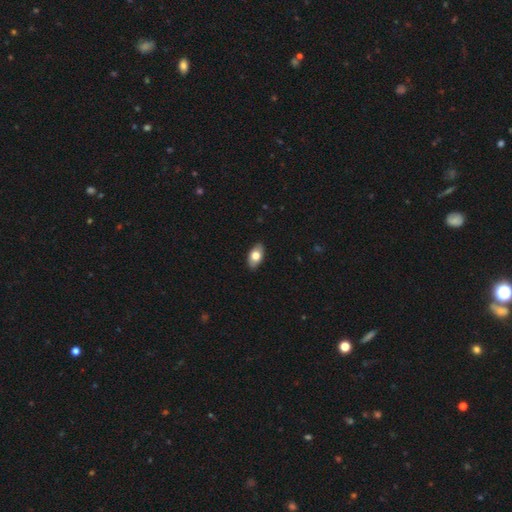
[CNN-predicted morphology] A smooth galaxy with no disk features (74%) that is in between round and cigar-shaped (92%).

Vote fractions:
- Smooth or featured? smooth: 74% / featured or disk: 20% / star or artifact: 6%
- How rounded? in between: 92% / round: 5% / cigar-shaped: 3%
- Merging? none: 87% / minor disturbance: 10% / major disturbance: 2% / merger: 1%